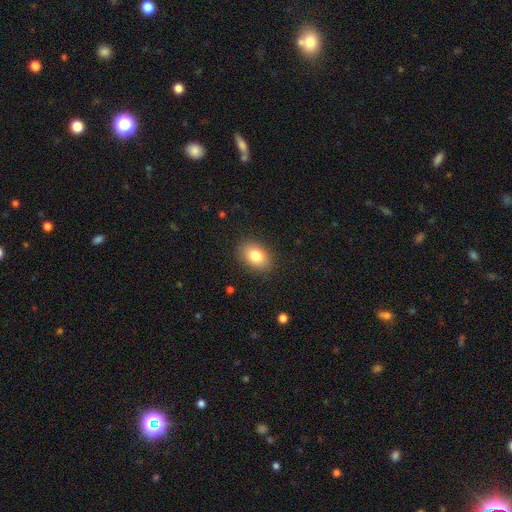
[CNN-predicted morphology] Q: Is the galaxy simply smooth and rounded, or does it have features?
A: smooth — 81%.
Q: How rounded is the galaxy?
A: in between — 83%.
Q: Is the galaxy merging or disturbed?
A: none — 87%.